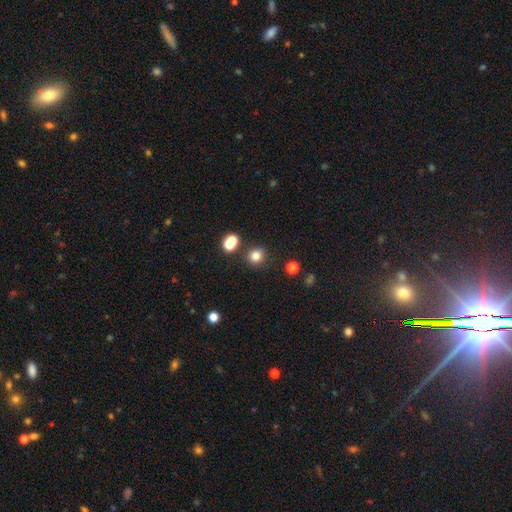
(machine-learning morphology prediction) This appears to be a smooth galaxy with no disk features (79%) that is round (87%). Merging: none (80%).